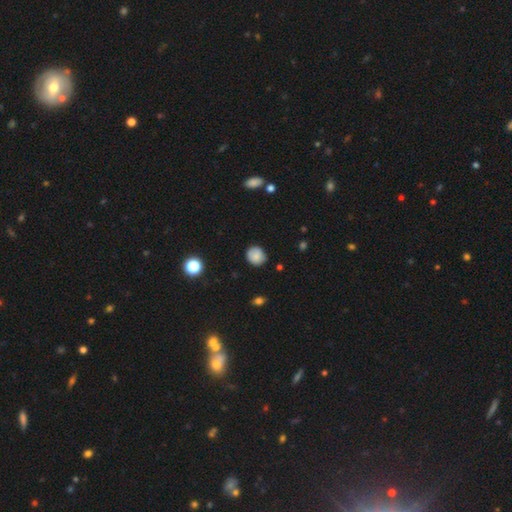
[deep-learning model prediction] A smooth galaxy with no disk features (83%) that is round (83%). Merging: none (82%).